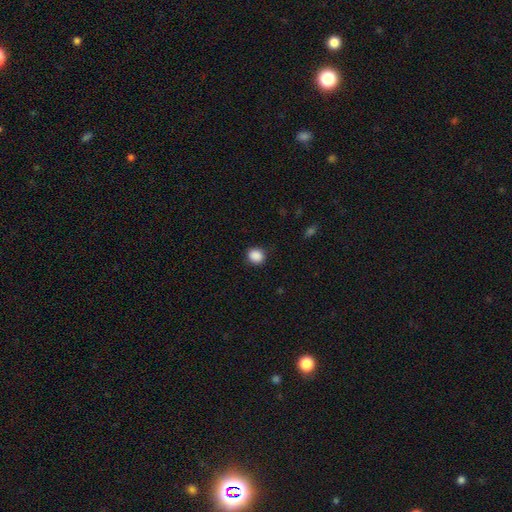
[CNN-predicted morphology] smooth-or-featured: smooth: 89% | star or artifact: 9% | featured or disk: 2%
  how-rounded: round: 81% | in between: 18% | cigar-shaped: 1%
  merging: none: 89% | minor disturbance: 8% | major disturbance: 2% | merger: 1%